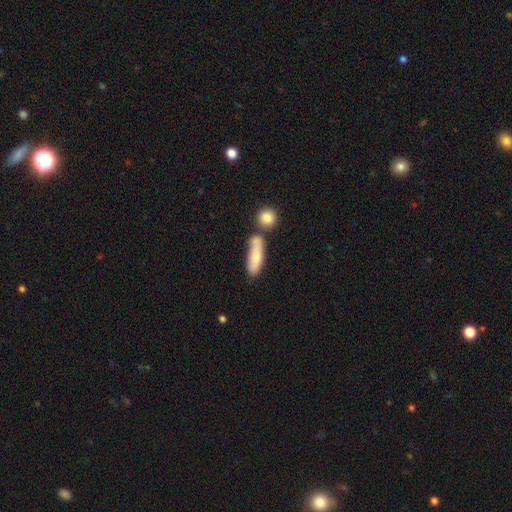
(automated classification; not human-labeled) smooth 76%, featured or disk 18%, star or artifact 7%. Down the decision tree: how rounded — in between (49%); merging — none (49%).